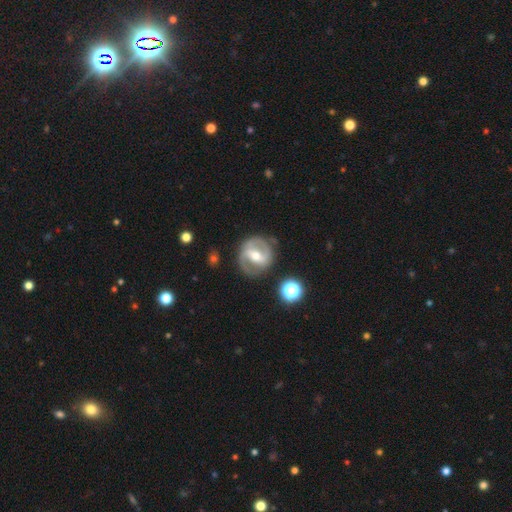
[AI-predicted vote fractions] Overall: featured or disk (79%). Edge-on disk: no (97%). Bar: strong (48%; weak 36%). Spiral arms: yes (83%). Spiral arm count: 2 (87%). Spiral winding: medium (49%; tight 32%). Bulge size: moderate (64%; small 30%). Merging: none (80%).